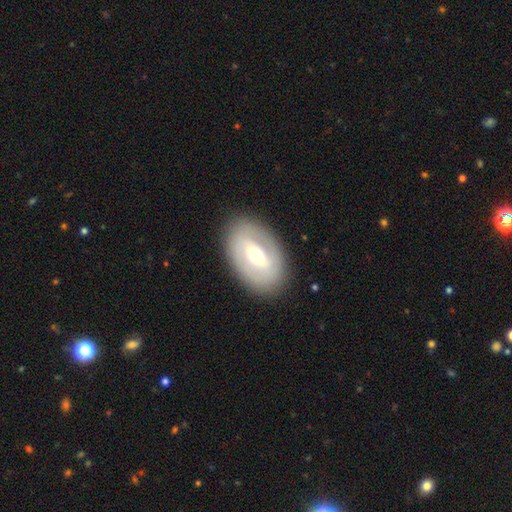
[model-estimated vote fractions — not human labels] Smooth or featured: featured or disk — 63% (smooth — 30%)
Edge-on disk: no — 92% (yes — 8%)
Bar: weak — 38% (strong — 37%)
Spiral arms: no — 59% (yes — 41%)
Bulge size: moderate — 50% (small — 46%)
Merging: none — 85% (minor disturbance — 10%)